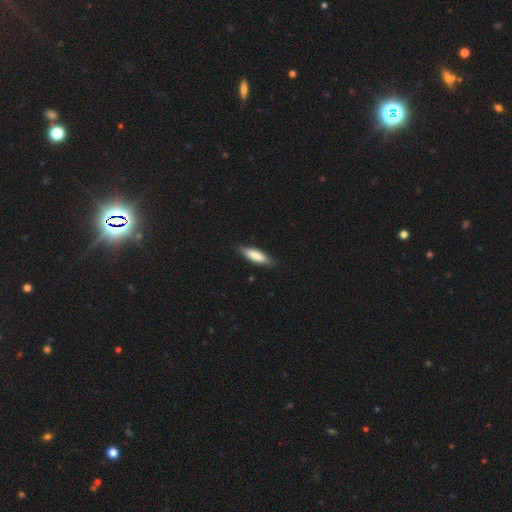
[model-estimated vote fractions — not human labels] Smooth or featured? smooth (79%)
How rounded? cigar-shaped (58%)
Merging? none (85%)